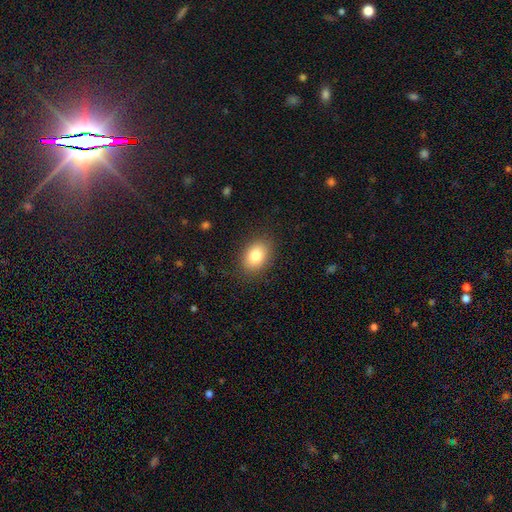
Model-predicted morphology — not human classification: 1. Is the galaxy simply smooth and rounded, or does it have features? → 83% smooth, 9% featured or disk, 9% star or artifact.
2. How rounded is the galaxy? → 72% in between, 27% round, 1% cigar-shaped.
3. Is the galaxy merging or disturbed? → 86% none, 10% minor disturbance, 3% major disturbance, 1% merger.